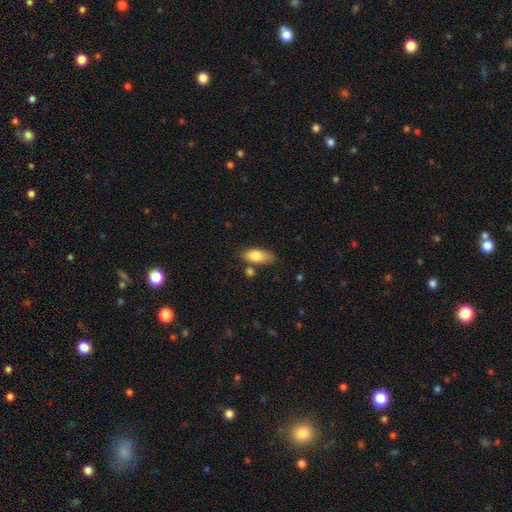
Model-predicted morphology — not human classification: A smooth galaxy with no disk features (80%) that is in between round and cigar-shaped (83%). Merging: none (63%).